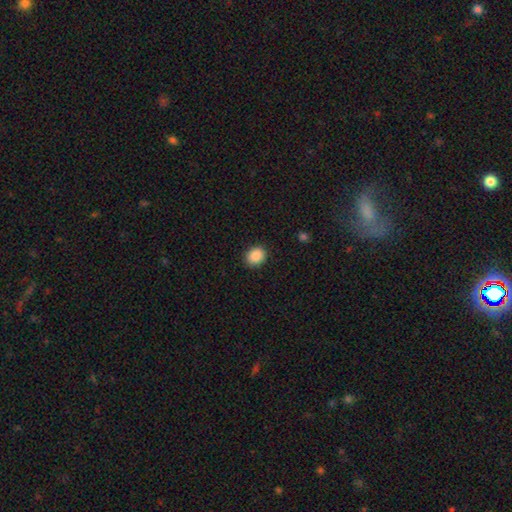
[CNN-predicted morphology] Q: Smooth or featured?
A: smooth (89%); runner-up: star or artifact (8%)
Q: How rounded?
A: round (57%); runner-up: in between (42%)
Q: Merging?
A: none (89%); runner-up: minor disturbance (8%)